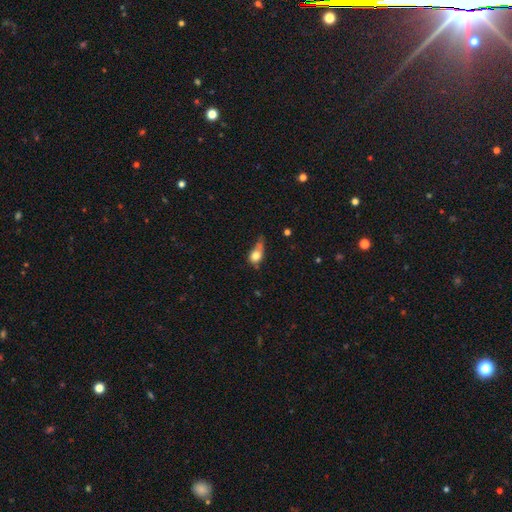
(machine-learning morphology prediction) Smooth or featured? Predicted: smooth (p=0.72). How rounded? Predicted: in between (p=0.61). Merging? Predicted: minor disturbance (p=0.35).